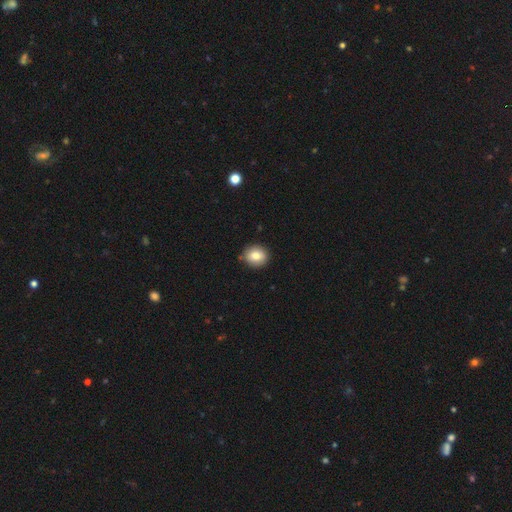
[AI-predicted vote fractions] This is clearly a smooth galaxy (82%). How rounded: likely round (78%). Merging: clearly none (86%).